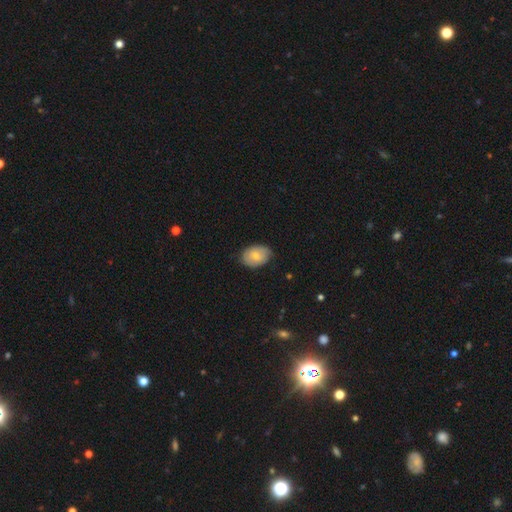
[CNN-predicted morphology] Smooth or featured? Predicted: smooth (p=0.73). How rounded? Predicted: in between (p=0.77). Merging? Predicted: none (p=0.76).